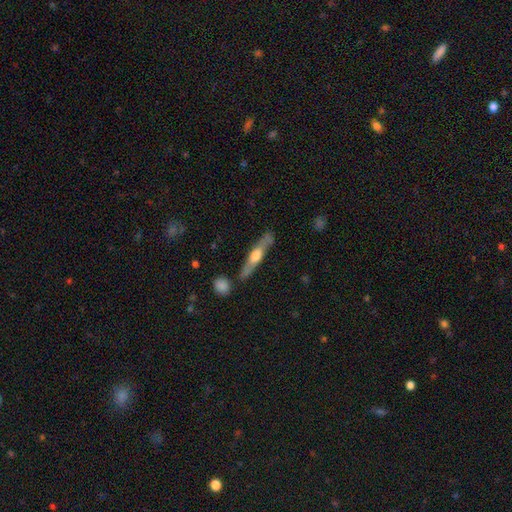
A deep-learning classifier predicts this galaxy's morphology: Overall: featured or disk (59%; smooth 36%). Edge-on disk: yes (92%). Edge-on bulge: rounded (85%). Merging: none (80%).